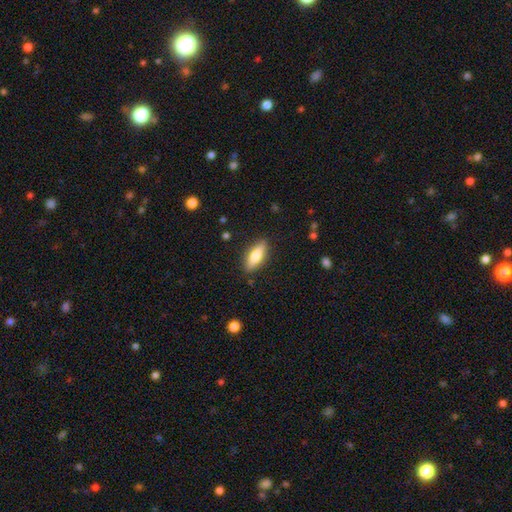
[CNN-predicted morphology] Smooth or featured?
  - smooth: 71% *
  - featured or disk: 23%
  - star or artifact: 6%
How rounded?
  - in between: 62% *
  - cigar-shaped: 35%
  - round: 2%
Merging?
  - none: 87% *
  - minor disturbance: 10%
  - major disturbance: 2%
  - merger: 1%